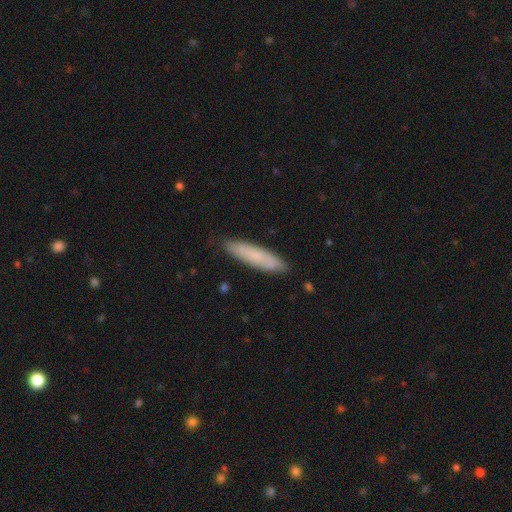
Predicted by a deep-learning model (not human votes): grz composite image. It shows a smooth galaxy with no disk features (72%) that is cigar-shaped (81%). Merging: none (86%).